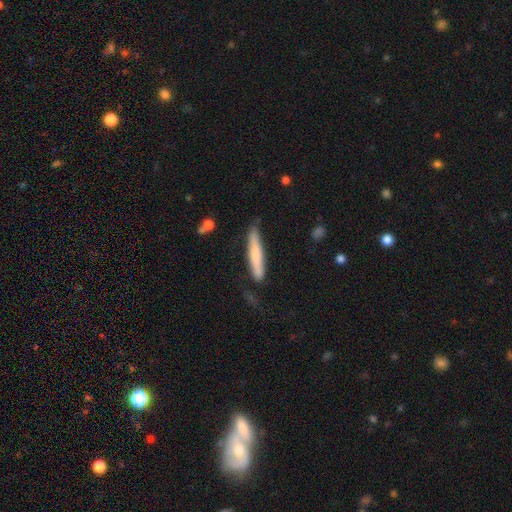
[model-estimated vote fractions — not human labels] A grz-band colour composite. It shows a smooth galaxy with no disk features (68%) that is cigar-shaped (93%). Merging: none (75%).